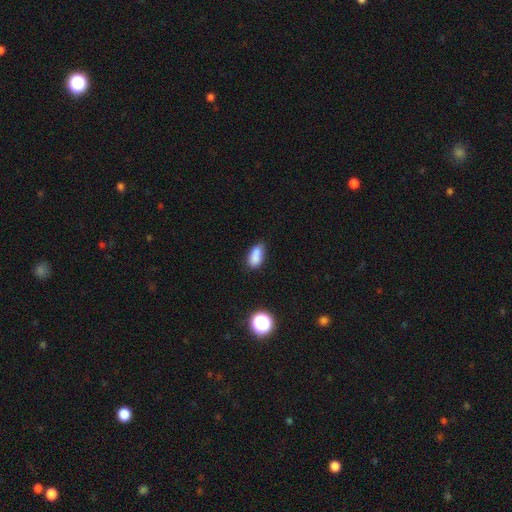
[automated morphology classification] type=smooth (84%); roundness=in between (86%); merging=none (62%).